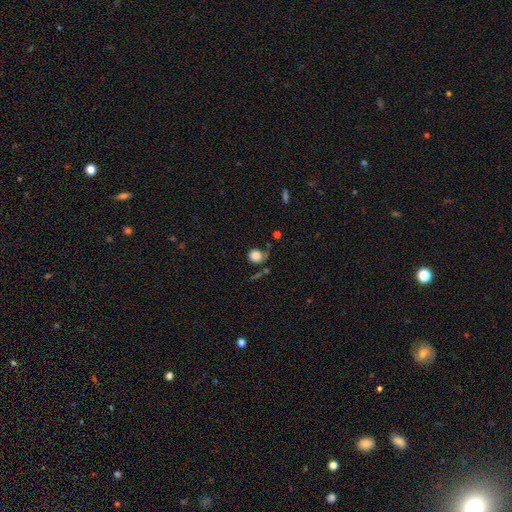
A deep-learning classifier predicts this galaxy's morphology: A smooth galaxy with no disk features (82%) that is round (82%). Merging: none (55%).